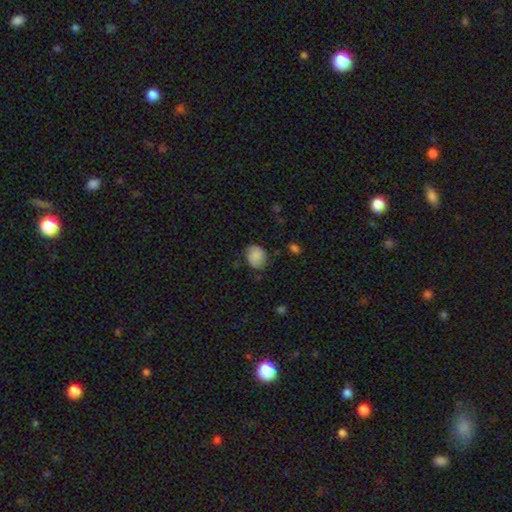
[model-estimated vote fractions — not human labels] Smooth or featured: smooth — 83% (featured or disk — 9%)
How rounded: round — 53% (in between — 46%)
Merging: none — 72% (minor disturbance — 22%)